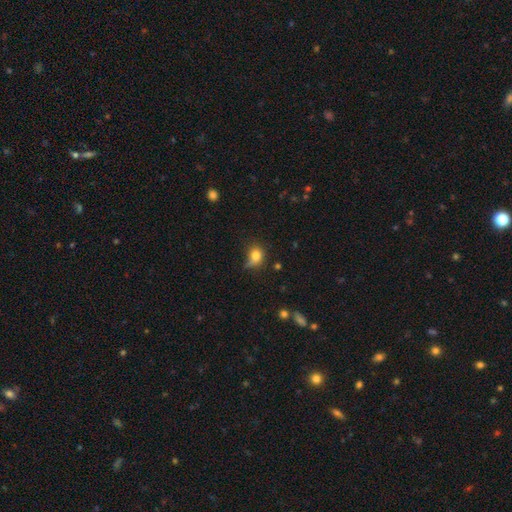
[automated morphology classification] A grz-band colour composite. It shows a smooth galaxy with no disk features (76%) that is round (66%). Merging: none (42%).